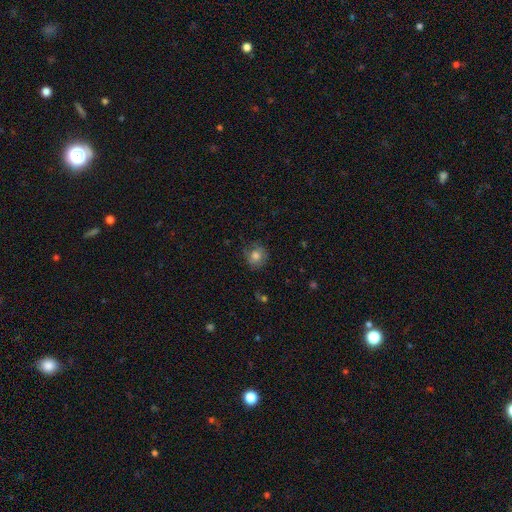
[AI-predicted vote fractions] smooth-or-featured: smooth: 76% | featured or disk: 14% | star or artifact: 11%
  how-rounded: round: 83% | in between: 16% | cigar-shaped: 1%
  merging: none: 74% | minor disturbance: 19% | major disturbance: 6% | merger: 1%